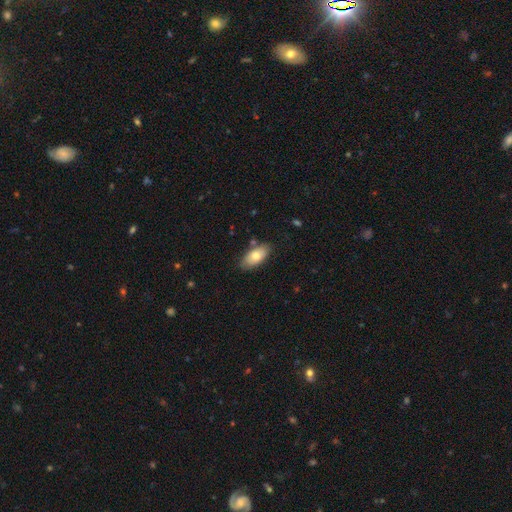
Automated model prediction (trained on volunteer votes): Overall: smooth (74%). How rounded: in between (91%). Merging: none (80%).